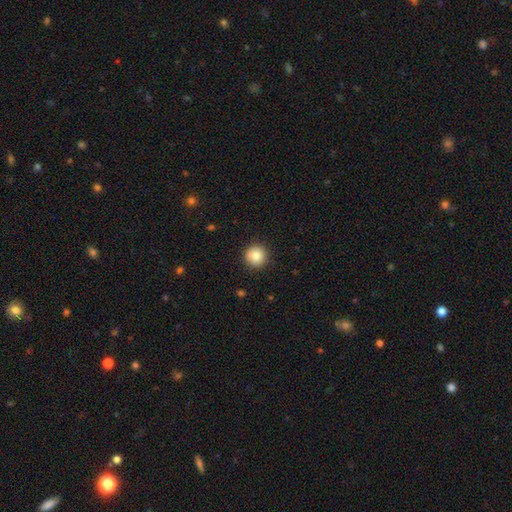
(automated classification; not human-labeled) Q: Smooth or featured?
A: smooth (84%); runner-up: star or artifact (9%)
Q: How rounded?
A: round (95%); runner-up: in between (4%)
Q: Merging?
A: none (90%); runner-up: minor disturbance (7%)